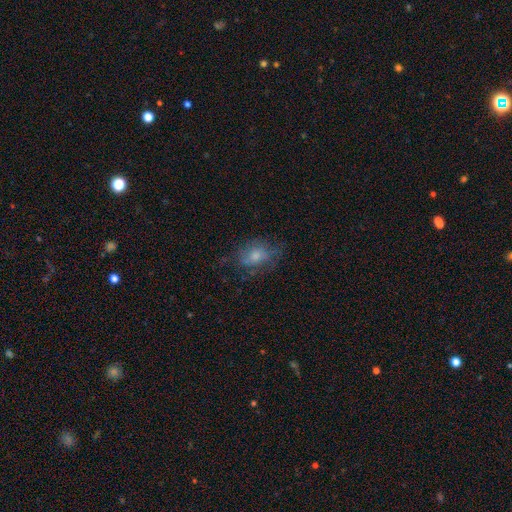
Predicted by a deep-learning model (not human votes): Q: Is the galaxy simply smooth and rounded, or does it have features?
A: smooth — 55%.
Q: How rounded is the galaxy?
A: in between — 68%.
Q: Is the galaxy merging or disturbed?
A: none — 57%.